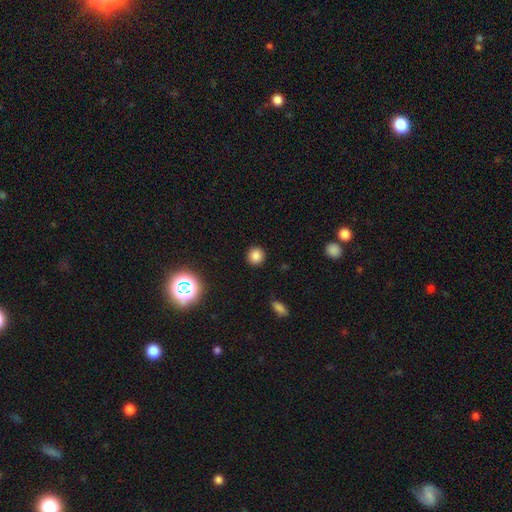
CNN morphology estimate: smooth 83%, star or artifact 13%, featured or disk 4%. Down the decision tree: how rounded — round (91%); merging — none (91%).